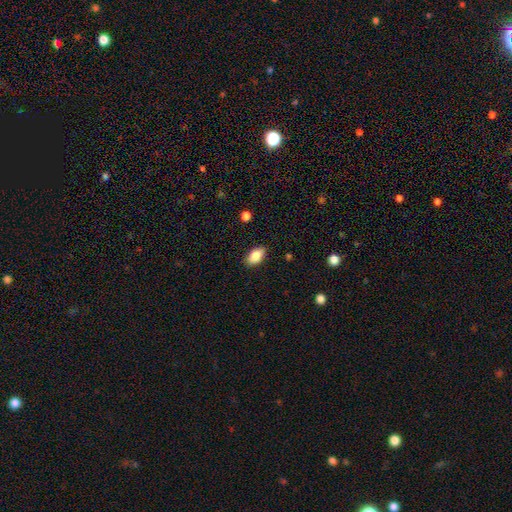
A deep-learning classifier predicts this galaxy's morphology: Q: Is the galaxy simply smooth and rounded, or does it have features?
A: smooth — 85%.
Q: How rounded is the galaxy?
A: in between — 93%.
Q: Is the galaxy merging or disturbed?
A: none — 88%.